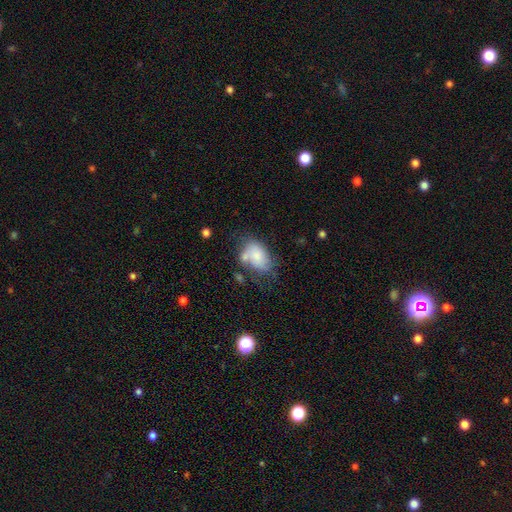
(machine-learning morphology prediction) The model was most divided on "merging": none: 37%, minor disturbance: 26%, merger: 23%, major disturbance: 14%. More confident: how rounded — in between (88%); smooth or featured — smooth (72%).